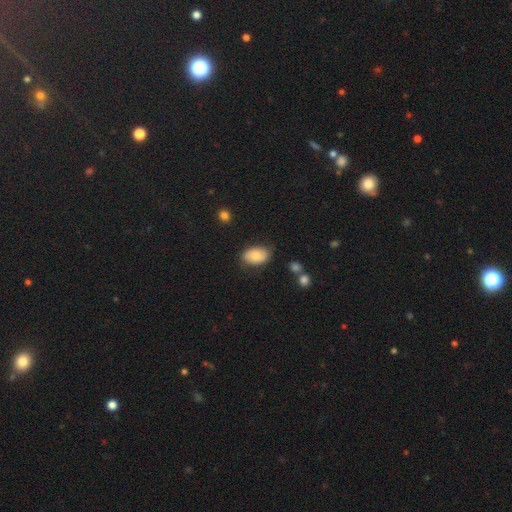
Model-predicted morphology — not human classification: Q: Smooth or featured?
A: smooth (76%); runner-up: featured or disk (17%)
Q: How rounded?
A: in between (89%); runner-up: round (10%)
Q: Merging?
A: none (75%); runner-up: minor disturbance (19%)